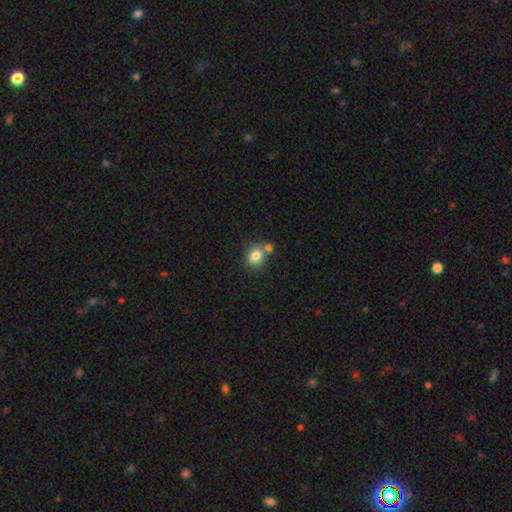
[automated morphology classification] Smooth or featured? smooth (82%)
How rounded? round (74%)
Merging? none (56%)